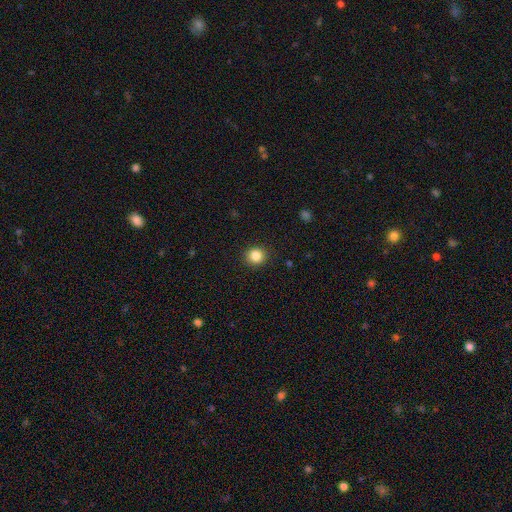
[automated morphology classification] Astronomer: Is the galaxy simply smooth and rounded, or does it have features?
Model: smooth — 85%.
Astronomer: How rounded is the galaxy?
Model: round — 89%.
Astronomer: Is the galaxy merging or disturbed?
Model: none — 90%.